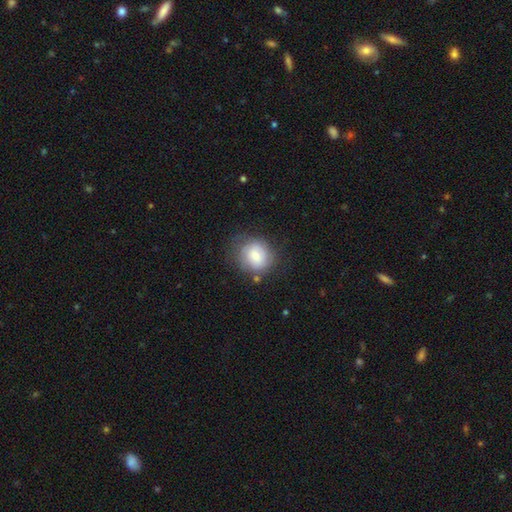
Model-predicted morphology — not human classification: smooth 69%, featured or disk 23%, star or artifact 8%. Down the decision tree: how rounded — round (81%); merging — none (66%).